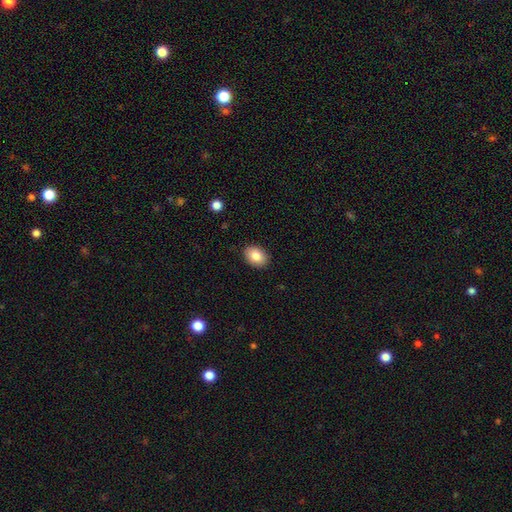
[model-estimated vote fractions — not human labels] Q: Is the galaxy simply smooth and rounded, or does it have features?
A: smooth — 85%.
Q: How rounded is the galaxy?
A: in between — 78%.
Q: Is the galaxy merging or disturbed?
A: none — 89%.